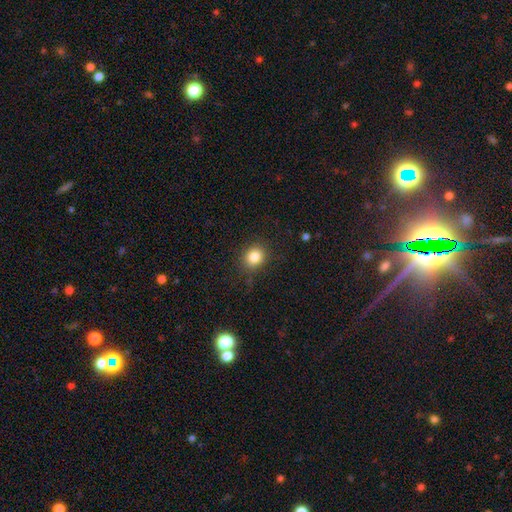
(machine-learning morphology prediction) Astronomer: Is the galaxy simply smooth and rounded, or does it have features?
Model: smooth — 84%.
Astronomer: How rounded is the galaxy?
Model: round — 72%.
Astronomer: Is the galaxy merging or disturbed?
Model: none — 84%.